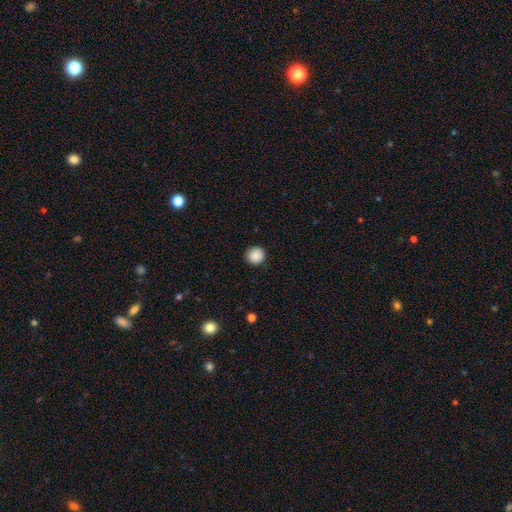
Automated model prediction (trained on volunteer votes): Smooth or featured: smooth — 89% (star or artifact — 9%)
How rounded: round — 94% (in between — 5%)
Merging: none — 91% (minor disturbance — 6%)